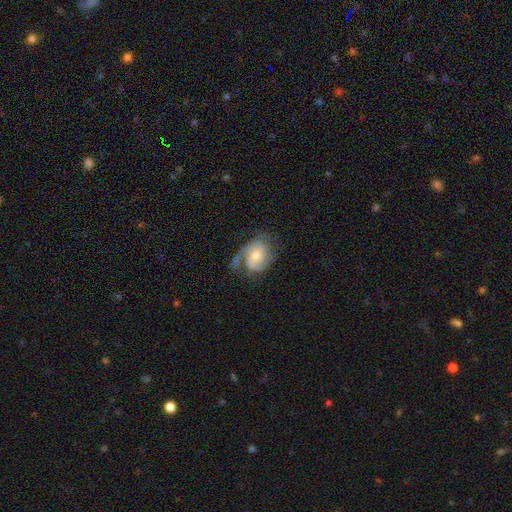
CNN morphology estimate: featured or disk 74%, smooth 20%, star or artifact 6%. Down the decision tree: edge-on disk — no (97%); bar — no (67%); spiral arms — yes (91%); spiral arm count — 2 (51%); spiral winding — medium (44%); bulge size — moderate (57%); merging — none (44%).